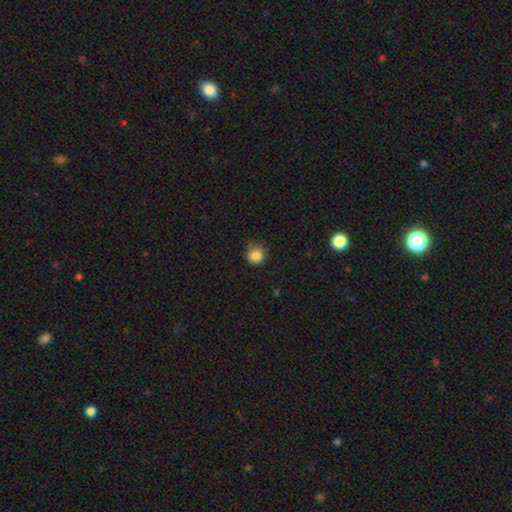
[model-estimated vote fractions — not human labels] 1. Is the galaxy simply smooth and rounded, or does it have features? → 86% smooth, 11% star or artifact, 4% featured or disk.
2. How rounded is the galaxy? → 90% round, 9% in between, 1% cigar-shaped.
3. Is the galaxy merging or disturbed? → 70% none, 23% minor disturbance, 5% major disturbance, 1% merger.